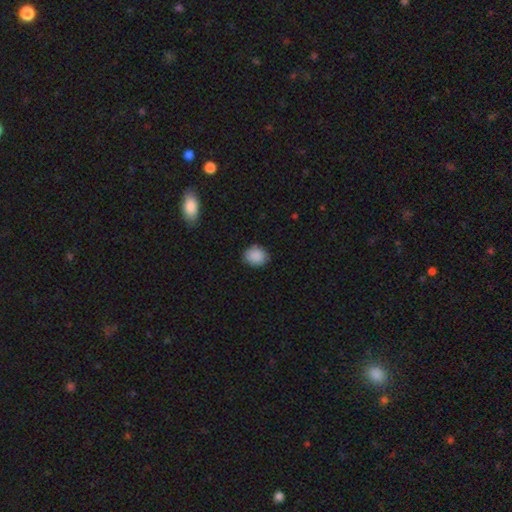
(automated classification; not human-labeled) Q: Smooth or featured?
A: smooth (89%); runner-up: star or artifact (8%)
Q: How rounded?
A: round (61%); runner-up: in between (39%)
Q: Merging?
A: none (84%); runner-up: minor disturbance (13%)